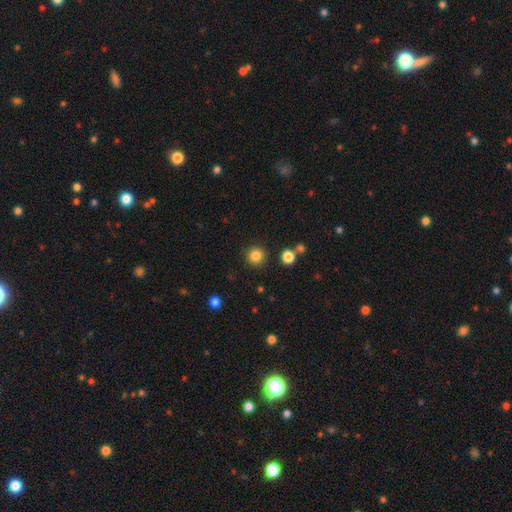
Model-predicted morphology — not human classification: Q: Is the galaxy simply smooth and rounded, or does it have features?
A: smooth — 84%.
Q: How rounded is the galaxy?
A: round — 94%.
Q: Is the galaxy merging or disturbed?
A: none — 89%.